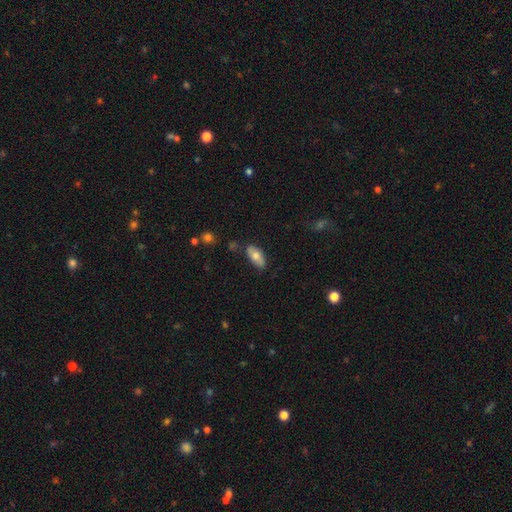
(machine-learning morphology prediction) Smooth or featured? smooth (71%)
How rounded? in between (89%)
Merging? none (77%)